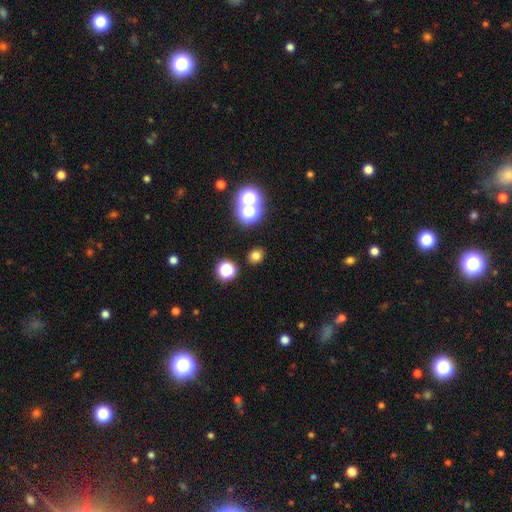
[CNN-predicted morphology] Smooth or featured?
  - smooth: 71% *
  - star or artifact: 23%
  - featured or disk: 6%
How rounded?
  - round: 78% *
  - in between: 21%
  - cigar-shaped: 1%
Merging?
  - none: 87% *
  - minor disturbance: 7%
  - merger: 3%
  - major disturbance: 3%